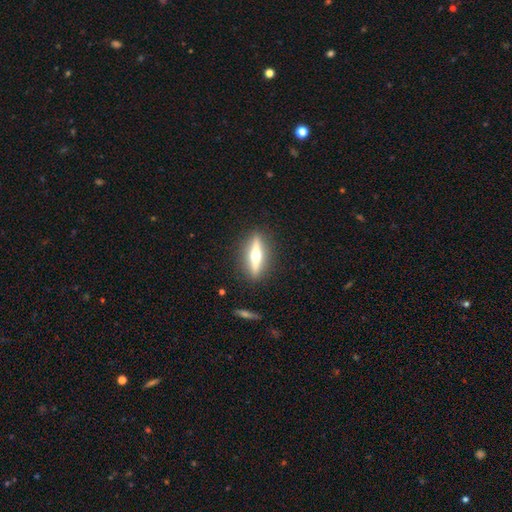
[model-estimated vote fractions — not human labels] Q: Smooth or featured?
A: featured or disk (71%); runner-up: smooth (24%)
Q: Edge-on disk?
A: yes (94%); runner-up: no (6%)
Q: Edge-on bulge?
A: rounded (96%); runner-up: boxy (2%)
Q: Merging?
A: none (90%); runner-up: minor disturbance (7%)